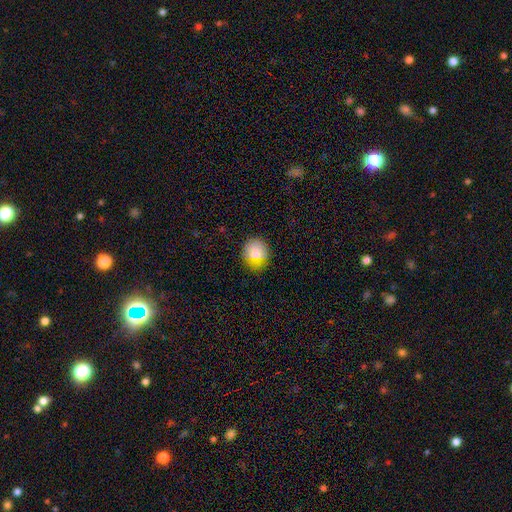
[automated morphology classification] Overall: smooth (82%). How rounded: round (75%). Merging: none (79%).